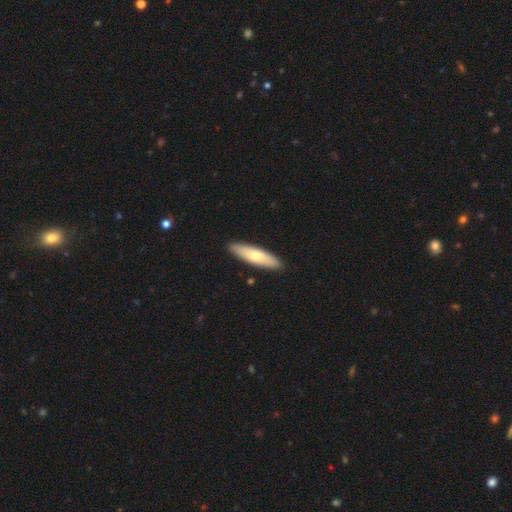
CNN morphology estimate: A smooth galaxy with no disk features (66%) that is cigar-shaped (68%).

Vote fractions:
- Smooth or featured? smooth: 66% / featured or disk: 29% / star or artifact: 5%
- How rounded? cigar-shaped: 68% / in between: 31% / round: 2%
- Merging? none: 90% / minor disturbance: 8% / major disturbance: 1% / merger: 1%